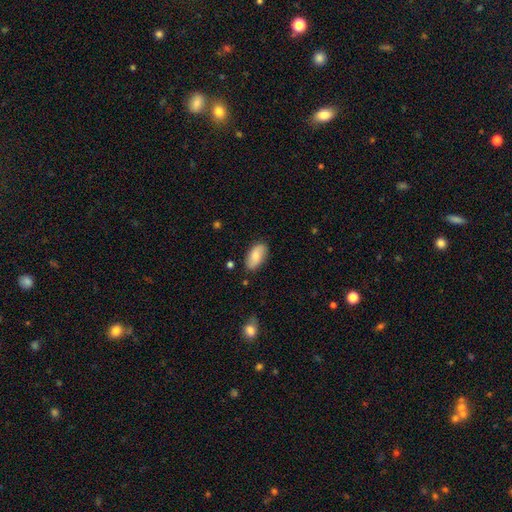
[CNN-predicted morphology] A smooth galaxy with no disk features (76%) that is in between round and cigar-shaped (92%).

Vote fractions:
- Smooth or featured? smooth: 76% / featured or disk: 17% / star or artifact: 6%
- How rounded? in between: 92% / cigar-shaped: 5% / round: 3%
- Merging? none: 82% / minor disturbance: 13% / major disturbance: 2% / merger: 2%